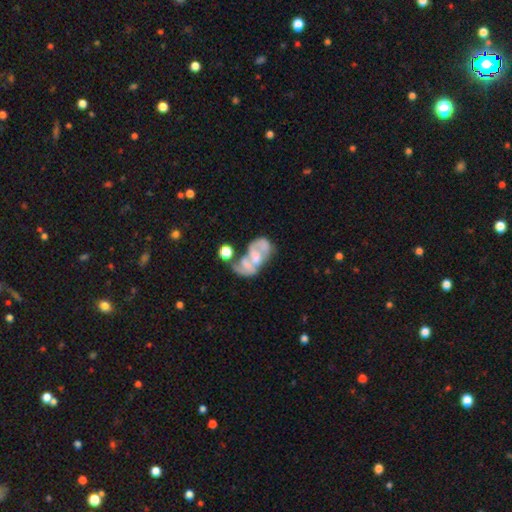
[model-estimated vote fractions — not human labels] Smooth or featured: featured or disk — 64% (smooth — 26%)
Edge-on disk: no — 97% (yes — 3%)
Bar: no — 65% (weak — 25%)
Spiral arms: no — 53% (yes — 47%)
Bulge size: none — 38% (moderate — 28%)
Merging: merger — 46% (major disturbance — 23%)